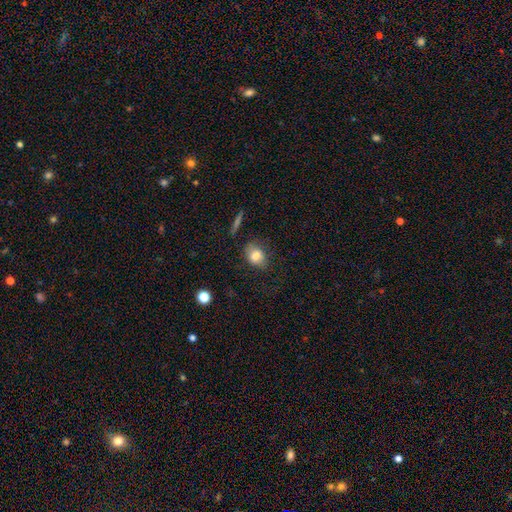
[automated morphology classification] This is likely a smooth galaxy (80%). How rounded: likely in between (62%). Merging: likely none (68%).